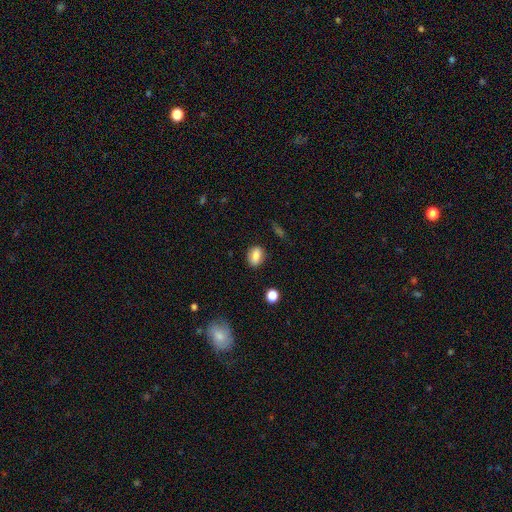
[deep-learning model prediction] A smooth galaxy with no disk features (81%) that is in between round and cigar-shaped (68%). Merging: none (83%).